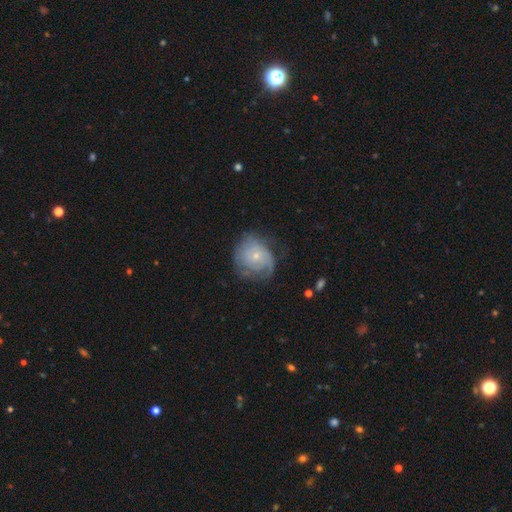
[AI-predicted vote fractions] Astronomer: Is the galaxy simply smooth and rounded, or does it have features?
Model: featured or disk — 66%.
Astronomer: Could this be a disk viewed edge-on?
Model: no — 97%.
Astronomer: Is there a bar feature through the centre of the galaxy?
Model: no — 81%.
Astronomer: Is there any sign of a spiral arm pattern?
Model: yes — 85%.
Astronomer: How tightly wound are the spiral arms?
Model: tight — 56%.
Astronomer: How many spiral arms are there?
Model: can't tell — 43% (runner-up: 2, 22%).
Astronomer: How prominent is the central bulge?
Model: small — 75%.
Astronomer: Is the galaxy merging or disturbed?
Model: none — 55%.